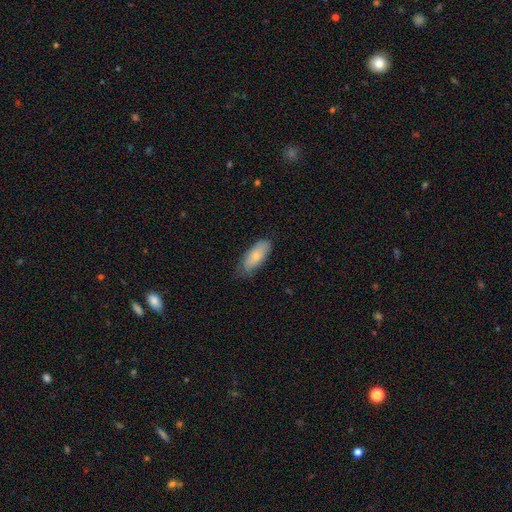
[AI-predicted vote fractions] smooth_or_featured: smooth (p=0.75) [alt: featured or disk p=0.19]
how_rounded: in between (p=0.84) [alt: cigar-shaped p=0.14]
merging: none (p=0.68) [alt: minor disturbance p=0.27]